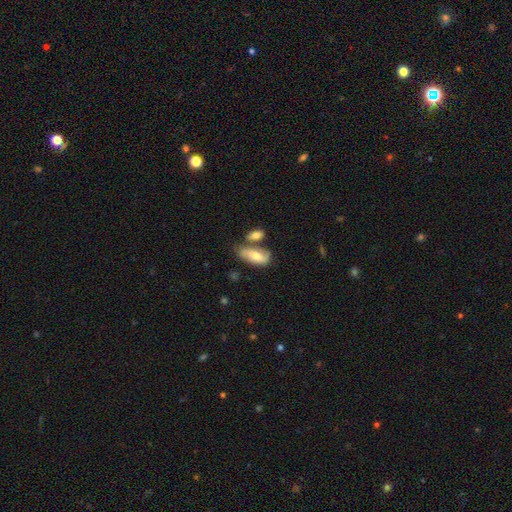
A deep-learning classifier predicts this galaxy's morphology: Overall: smooth (62%; featured or disk 31%). How rounded: in between (79%). Merging: none (45%; merger 28%).